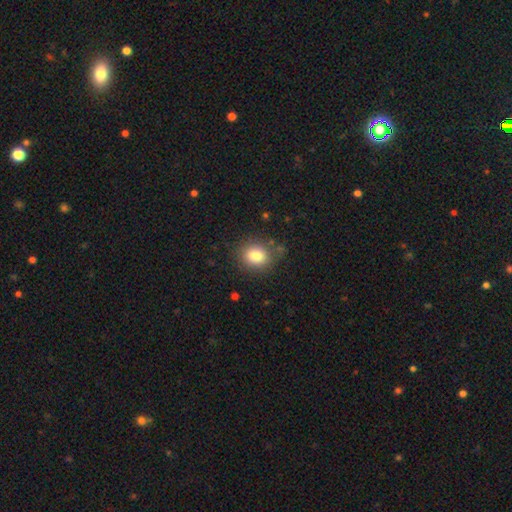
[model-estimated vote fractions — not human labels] This is clearly a smooth galaxy (81%). How rounded: likely round (63%). Merging: clearly none (82%).